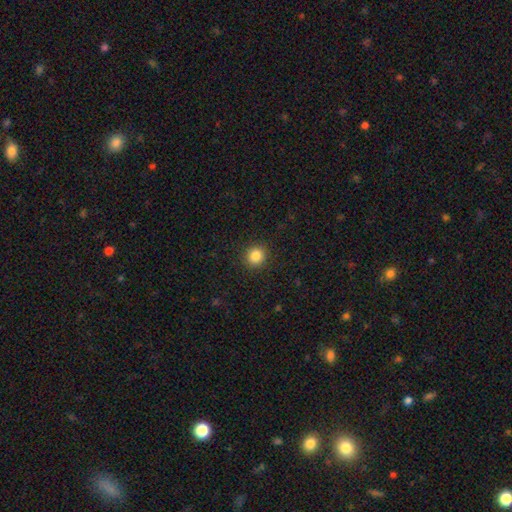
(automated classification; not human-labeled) The model was most divided on "smooth or featured": smooth: 85%, star or artifact: 11%, featured or disk: 4%. More confident: merging — none (91%); how rounded — round (88%).